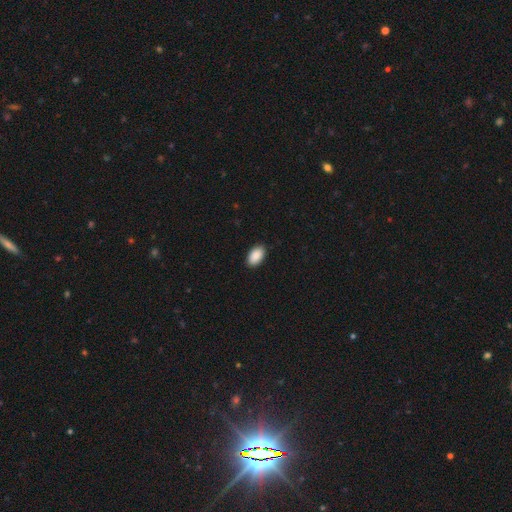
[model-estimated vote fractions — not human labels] This is clearly a smooth galaxy (91%). How rounded: clearly in between (94%). Merging: clearly none (90%).